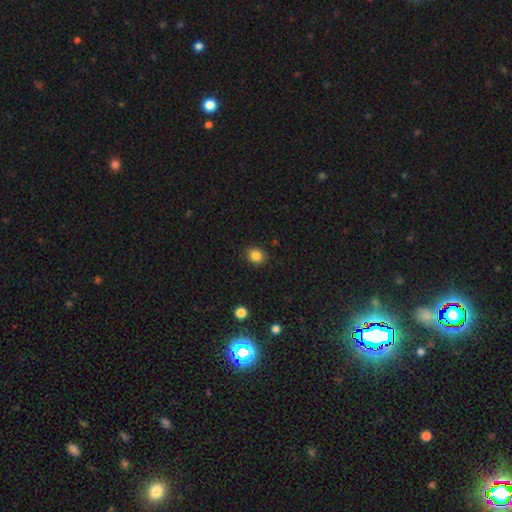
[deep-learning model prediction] A smooth galaxy with no disk features (85%) that is round (73%). Merging: none (89%).